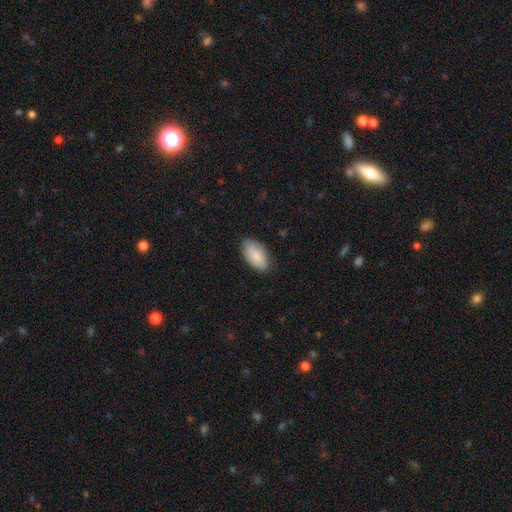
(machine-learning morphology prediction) A smooth galaxy with no disk features (84%) that is in between round and cigar-shaped (95%). Merging: none (82%).